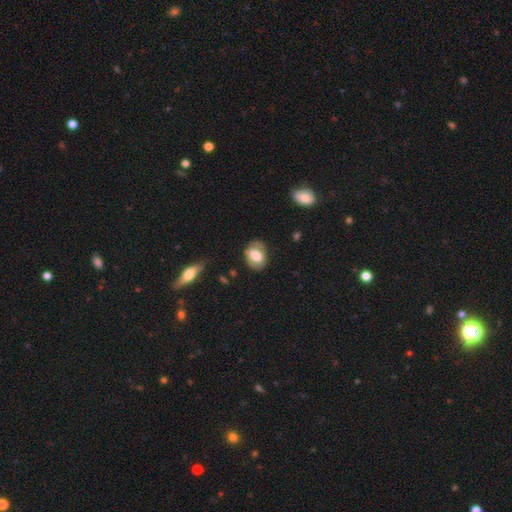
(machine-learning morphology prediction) Smooth or featured? smooth (57%)
How rounded? in between (76%)
Merging? none (70%)